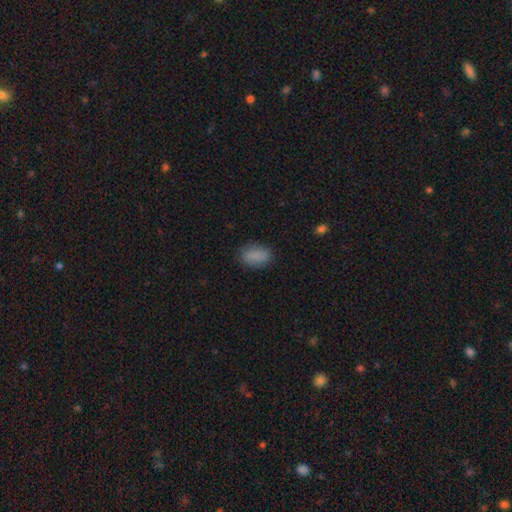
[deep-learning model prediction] The model was most divided on "merging": none: 82%, minor disturbance: 13%, major disturbance: 3%, merger: 1%. More confident: how rounded — in between (87%); smooth or featured — smooth (87%).